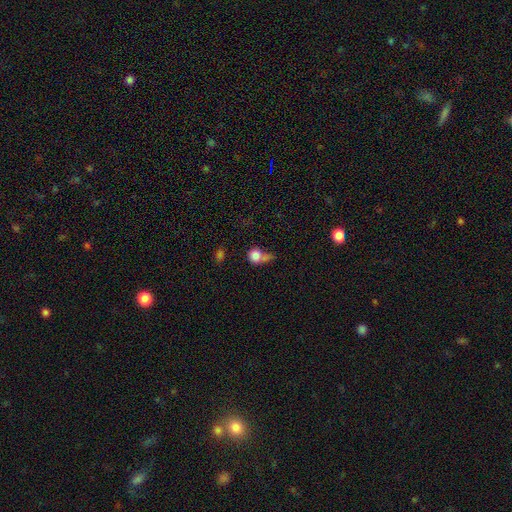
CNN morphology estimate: This is likely a smooth galaxy (77%). How rounded: likely round (75%). Merging: marginally none (30%).